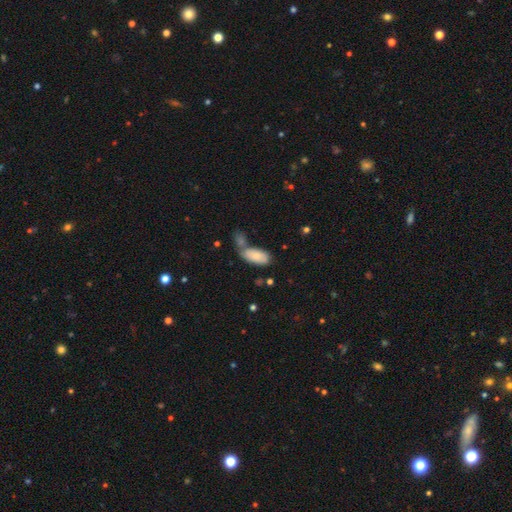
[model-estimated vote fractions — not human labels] The model was most divided on "merging": none: 44%, merger: 36%, minor disturbance: 14%, major disturbance: 5%. More confident: how rounded — in between (92%); smooth or featured — smooth (81%).